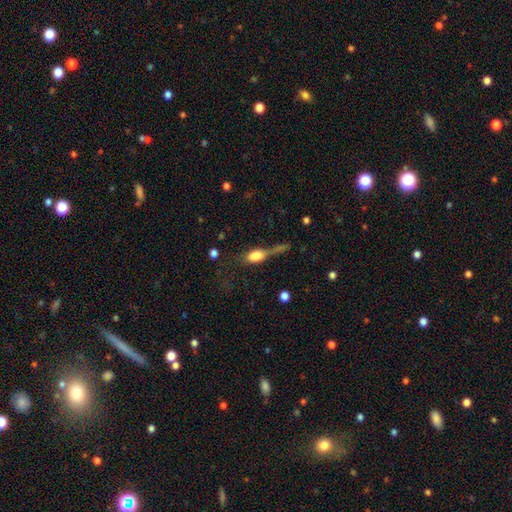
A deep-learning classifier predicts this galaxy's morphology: type=smooth (66%); roundness=in between (70%); merging=major disturbance (33%).